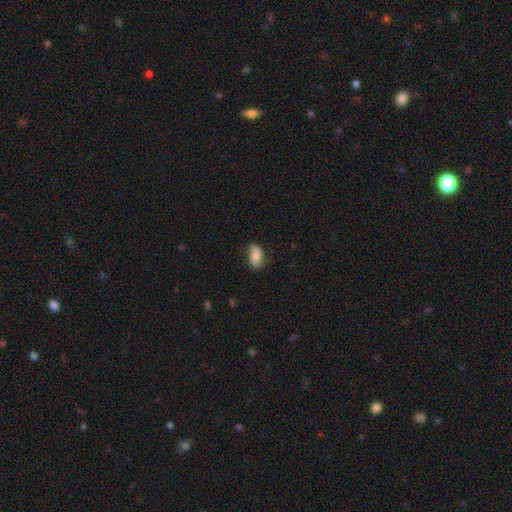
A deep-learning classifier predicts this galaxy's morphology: Q: Smooth or featured?
A: smooth (74%); runner-up: featured or disk (19%)
Q: How rounded?
A: in between (91%); runner-up: round (5%)
Q: Merging?
A: none (74%); runner-up: minor disturbance (21%)